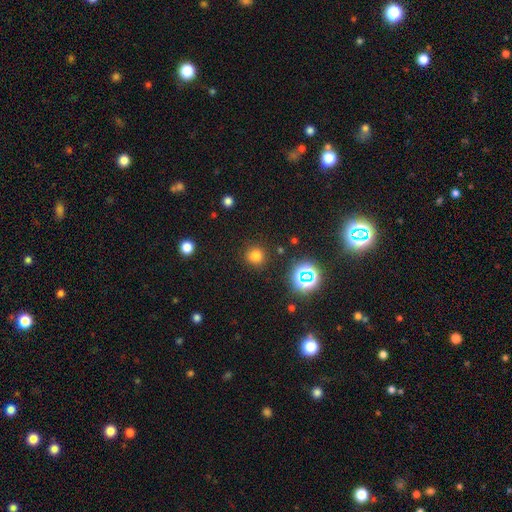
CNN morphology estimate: The model was most divided on "smooth or featured": smooth: 74%, star or artifact: 21%, featured or disk: 5%. More confident: how rounded — round (92%); merging — none (88%).